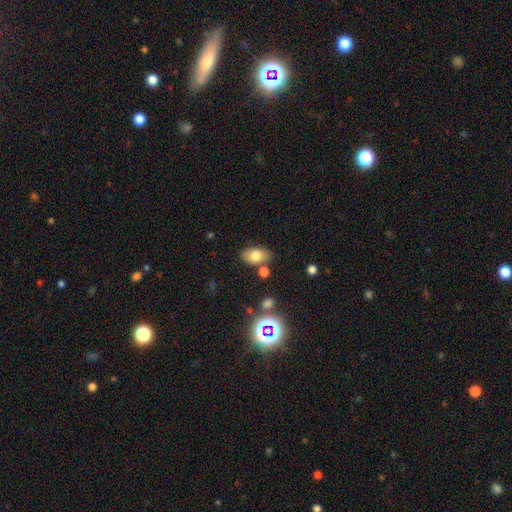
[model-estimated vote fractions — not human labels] The model was most divided on "smooth or featured": smooth: 75%, featured or disk: 15%, star or artifact: 10%. More confident: how rounded — in between (90%); merging — none (76%).